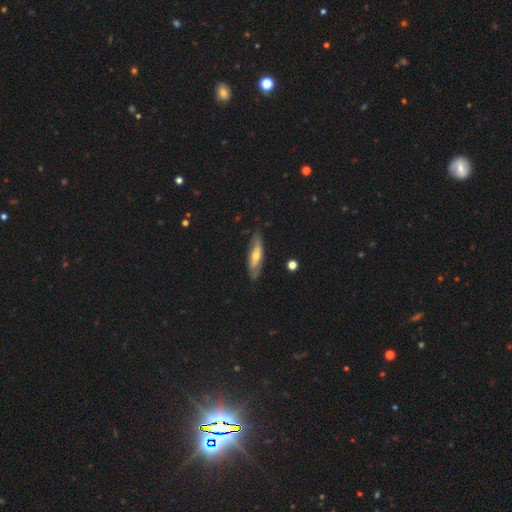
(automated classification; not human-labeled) featured or disk 56%, smooth 38%, star or artifact 6%. Down the decision tree: edge-on disk — yes (51%); merging — none (78%).